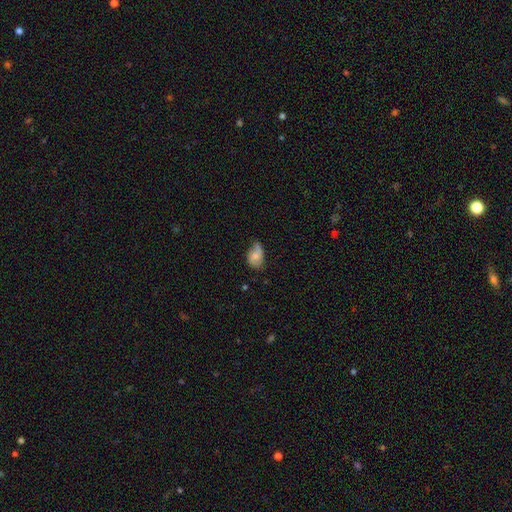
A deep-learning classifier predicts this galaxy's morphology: smooth-or-featured: smooth: 63% | featured or disk: 29% | star or artifact: 8%
  how-rounded: in between: 85% | round: 14% | cigar-shaped: 2%
  merging: minor disturbance: 44% | none: 38% | major disturbance: 15% | merger: 3%